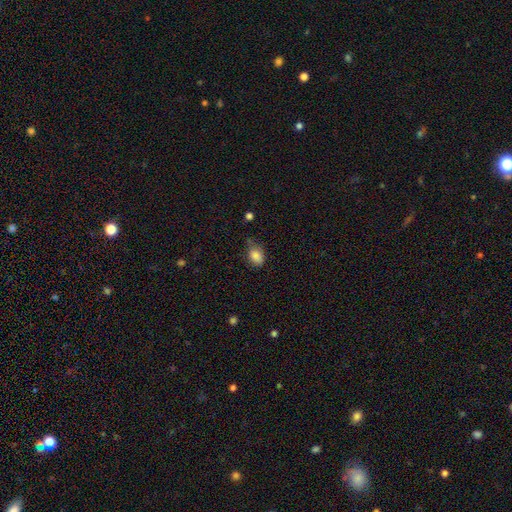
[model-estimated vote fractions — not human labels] Smooth or featured? Predicted: smooth (p=0.85). How rounded? Predicted: in between (p=0.71). Merging? Predicted: none (p=0.58).